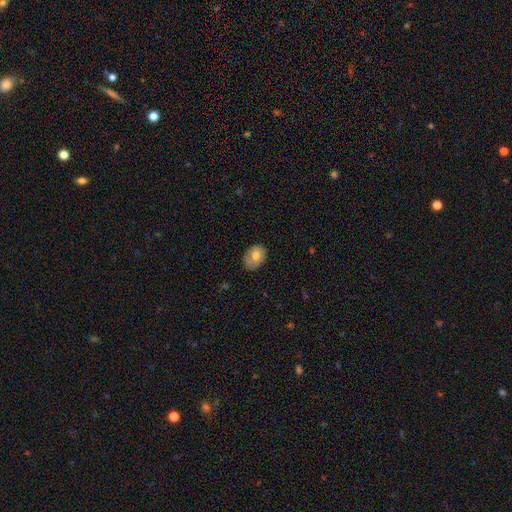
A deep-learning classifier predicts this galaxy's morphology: This is likely a smooth galaxy (66%). How rounded: likely in between (65%). Merging: likely none (69%).